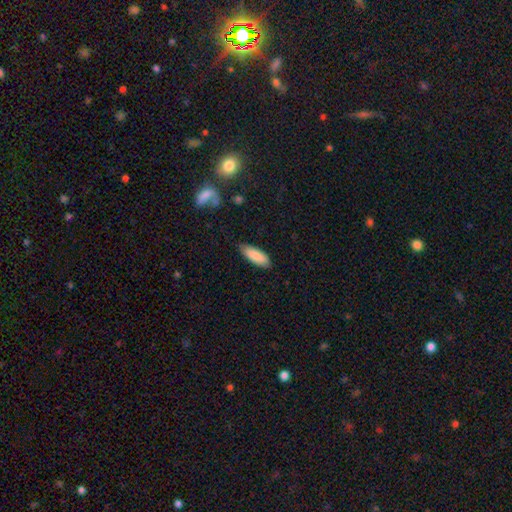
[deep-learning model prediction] smooth-or-featured: smooth: 87% | featured or disk: 7% | star or artifact: 6%
  how-rounded: in between: 68% | cigar-shaped: 31% | round: 2%
  merging: none: 81% | minor disturbance: 15% | major disturbance: 2% | merger: 1%